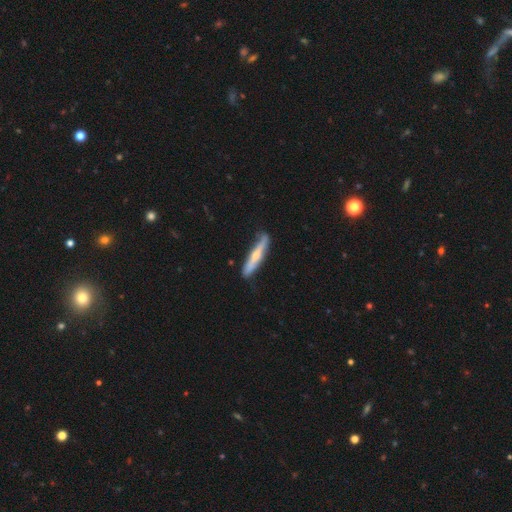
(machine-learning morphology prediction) Q: Smooth or featured?
A: featured or disk (53%); runner-up: smooth (42%)
Q: Edge-on disk?
A: yes (90%); runner-up: no (10%)
Q: Merging?
A: none (79%); runner-up: minor disturbance (17%)